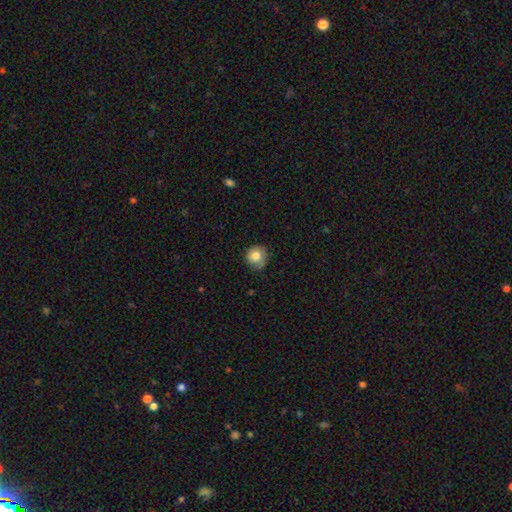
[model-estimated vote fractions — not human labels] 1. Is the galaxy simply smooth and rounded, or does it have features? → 82% smooth, 10% featured or disk, 9% star or artifact.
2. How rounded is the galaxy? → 89% round, 10% in between, 1% cigar-shaped.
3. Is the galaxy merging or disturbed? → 71% none, 23% minor disturbance, 5% major disturbance, 1% merger.